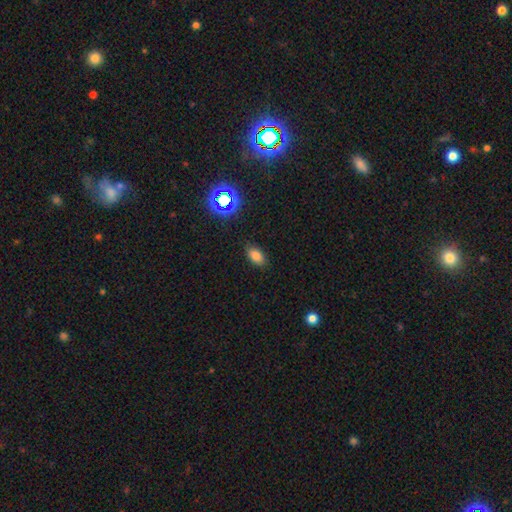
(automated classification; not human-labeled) Overall: smooth (80%). How rounded: in between (89%). Merging: none (85%).